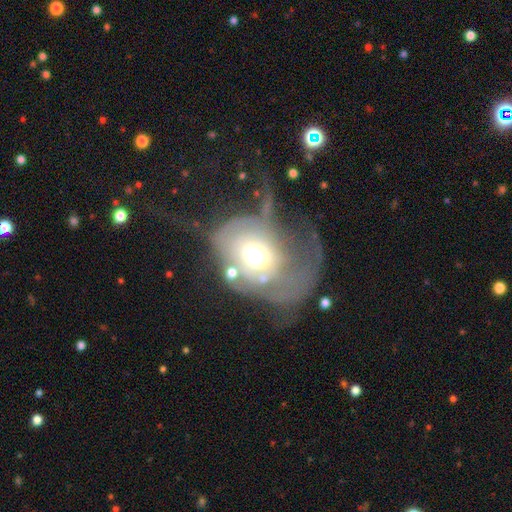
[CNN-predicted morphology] smooth_or_featured: featured or disk (p=0.55) [alt: smooth p=0.36]
disk_edge_on: no (p=0.96) [alt: yes p=0.04]
bar: no (p=0.79) [alt: weak p=0.16]
has_spiral_arms: no (p=0.56) [alt: yes p=0.44]
bulge_size: moderate (p=0.60) [alt: large p=0.26]
merging: major disturbance (p=0.60) [alt: none p=0.16]